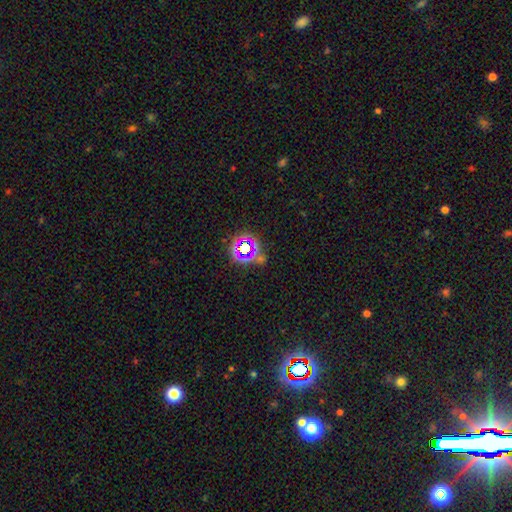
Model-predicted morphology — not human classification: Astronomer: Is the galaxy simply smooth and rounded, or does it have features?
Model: star or artifact — 63%.